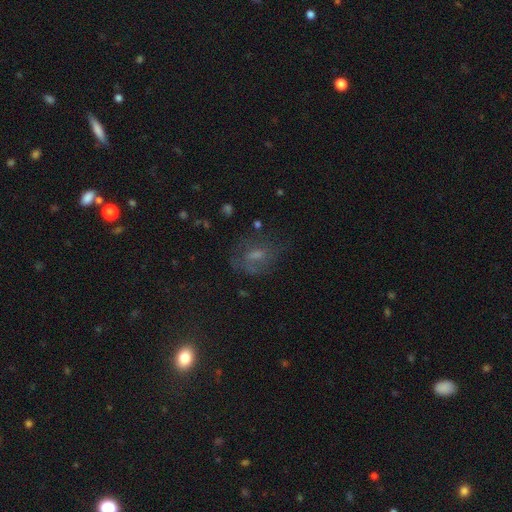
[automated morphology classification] The model was most divided on "smooth or featured": featured or disk: 40%, smooth: 38%, star or artifact: 23%. More confident: merging — none (54%).